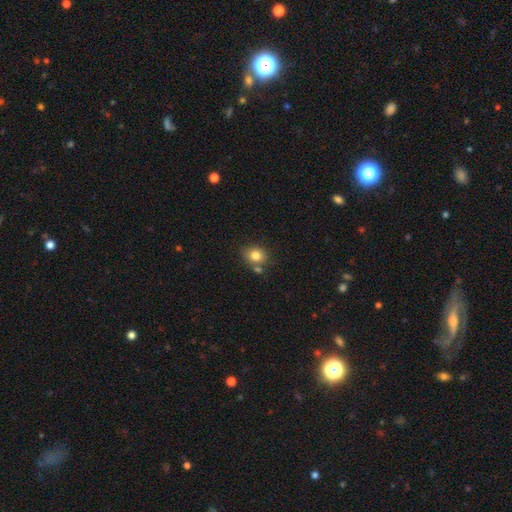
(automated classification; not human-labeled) Q: Smooth or featured?
A: smooth (81%); runner-up: star or artifact (10%)
Q: How rounded?
A: round (65%); runner-up: in between (34%)
Q: Merging?
A: none (66%); runner-up: merger (17%)